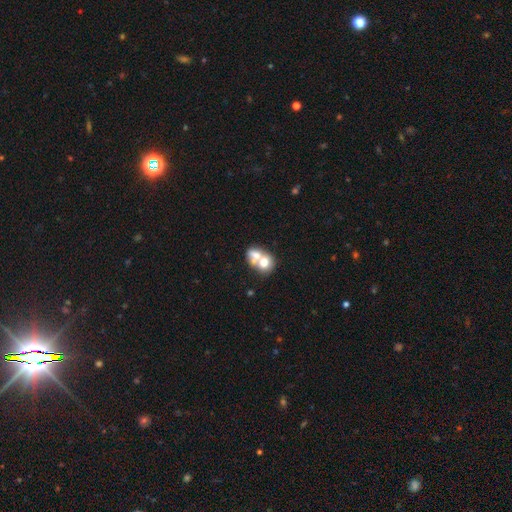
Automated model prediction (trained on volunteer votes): Q: Smooth or featured?
A: smooth (62%); runner-up: featured or disk (28%)
Q: How rounded?
A: round (50%); runner-up: in between (49%)
Q: Merging?
A: merger (71%); runner-up: none (18%)